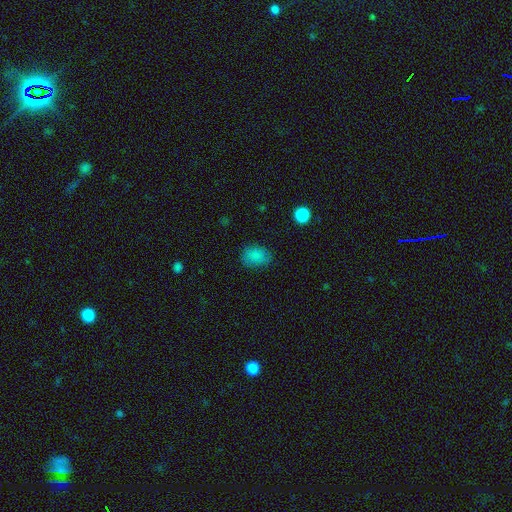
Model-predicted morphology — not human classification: Q: Smooth or featured?
A: smooth (84%); runner-up: star or artifact (11%)
Q: How rounded?
A: in between (75%); runner-up: round (23%)
Q: Merging?
A: none (79%); runner-up: minor disturbance (16%)